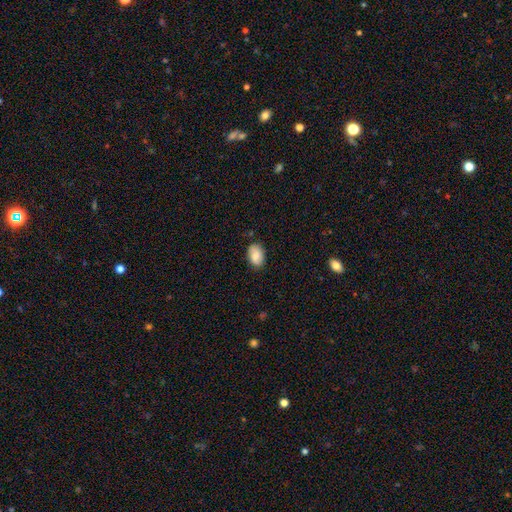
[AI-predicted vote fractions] Smooth or featured: smooth — 75% (featured or disk — 18%)
How rounded: in between — 88% (round — 11%)
Merging: none — 82% (minor disturbance — 14%)